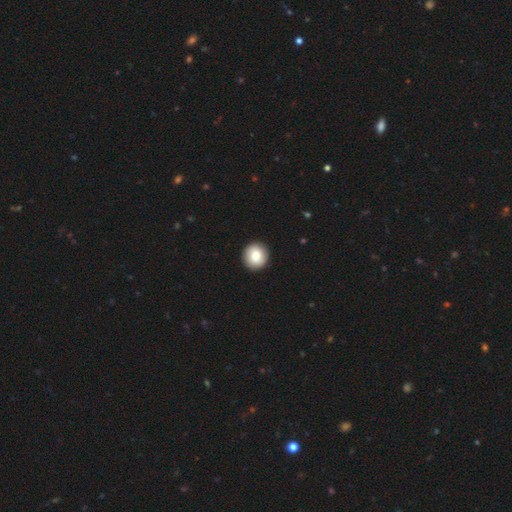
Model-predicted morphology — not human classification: This is likely a smooth galaxy (80%). How rounded: clearly round (93%). Merging: clearly none (93%).